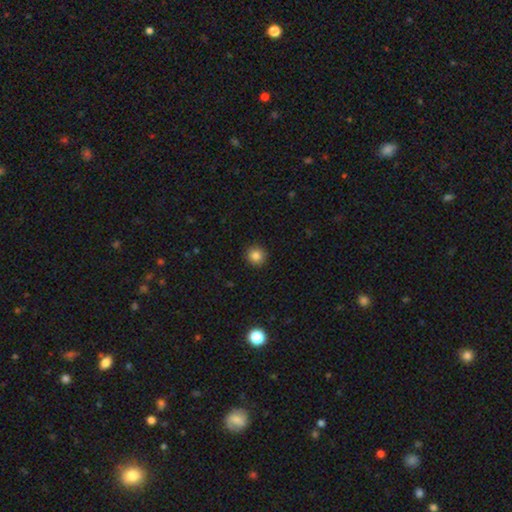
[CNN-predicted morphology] smooth-or-featured: smooth: 84% | star or artifact: 11% | featured or disk: 5%
  how-rounded: round: 93% | in between: 6% | cigar-shaped: 1%
  merging: none: 93% | minor disturbance: 5% | major disturbance: 2% | merger: 1%